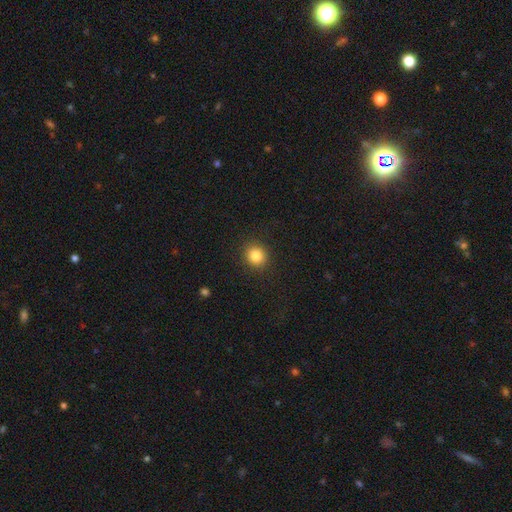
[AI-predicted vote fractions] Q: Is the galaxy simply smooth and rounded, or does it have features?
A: smooth — 84%.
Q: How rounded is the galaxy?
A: round — 87%.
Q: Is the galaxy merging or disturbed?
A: none — 90%.